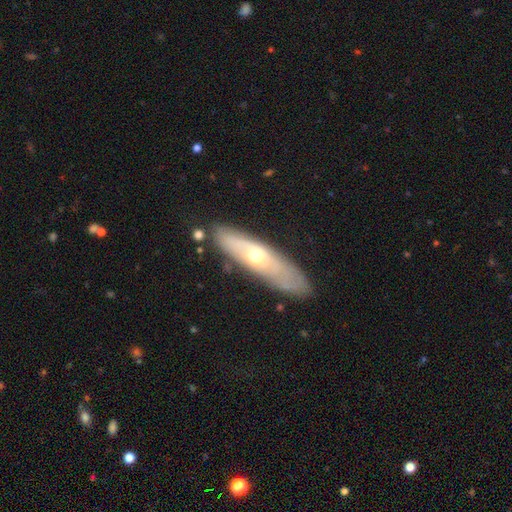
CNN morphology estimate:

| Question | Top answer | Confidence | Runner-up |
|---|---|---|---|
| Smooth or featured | featured or disk | 57% | smooth (35%) |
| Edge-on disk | no | 51% | yes (49%) |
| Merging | none | 77% | minor disturbance (16%) |